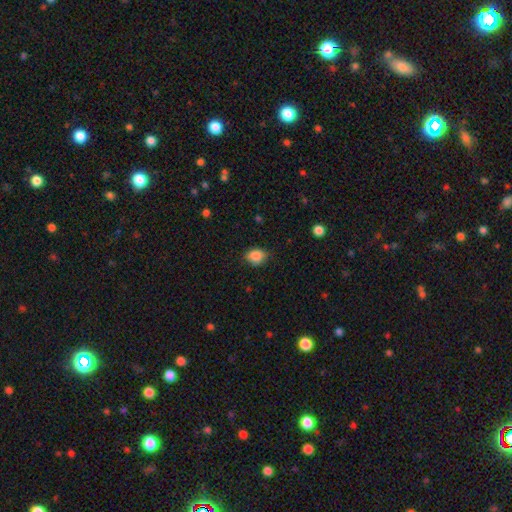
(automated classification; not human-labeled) Overall: smooth (86%). How rounded: in between (52%; round 47%). Merging: none (75%).